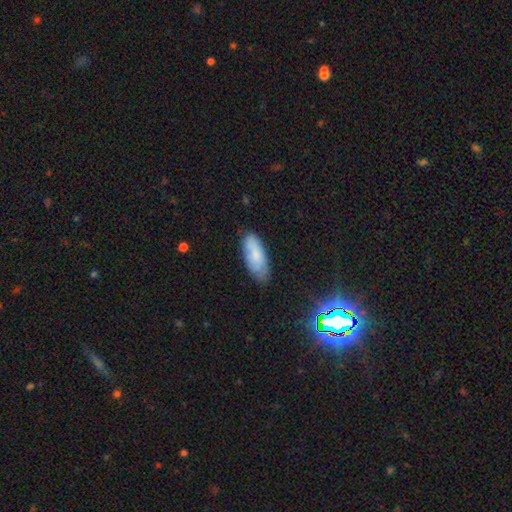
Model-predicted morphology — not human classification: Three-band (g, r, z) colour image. It shows a smooth galaxy with no disk features (76%) that is in between round and cigar-shaped (78%). Merging: none (68%).